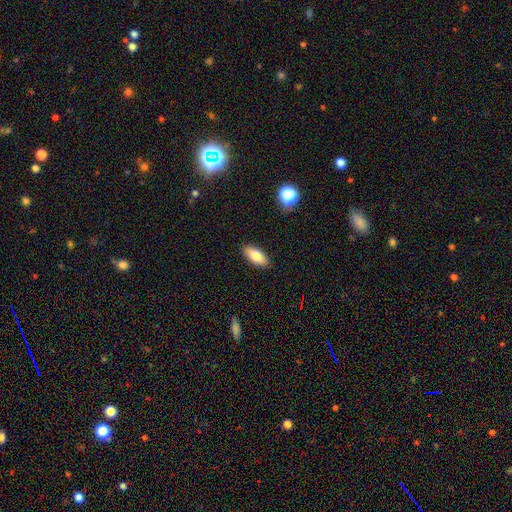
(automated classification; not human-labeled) Morphology: type=smooth (80%); roundness=in between (85%); merging=none (88%).